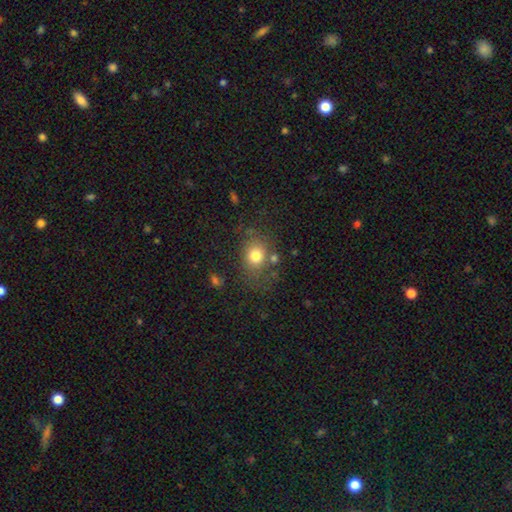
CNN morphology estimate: Smooth or featured: smooth — 76% (star or artifact — 13%)
How rounded: round — 62% (in between — 37%)
Merging: none — 67% (minor disturbance — 17%)